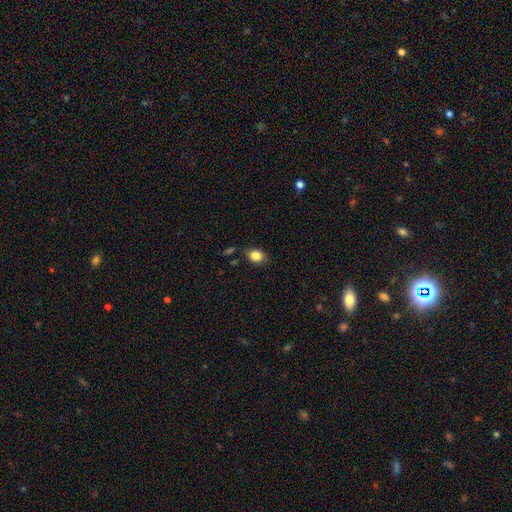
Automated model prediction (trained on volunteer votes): This is clearly a smooth galaxy (85%). How rounded: possibly in between (56%). Merging: likely none (78%).